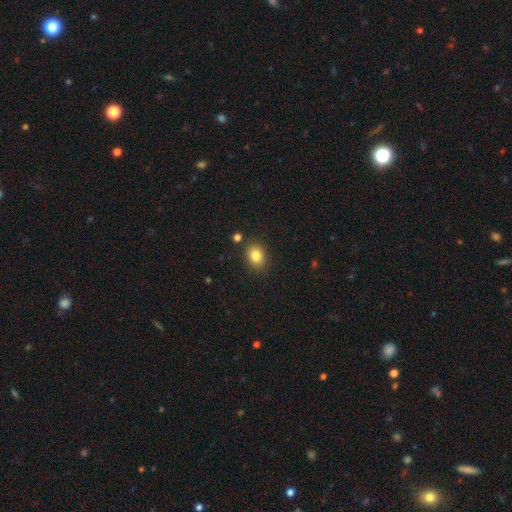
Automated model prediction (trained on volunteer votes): smooth-or-featured: smooth: 84% | star or artifact: 10% | featured or disk: 7%
  how-rounded: in between: 54% | round: 45% | cigar-shaped: 1%
  merging: none: 85% | minor disturbance: 10% | merger: 3% | major disturbance: 3%